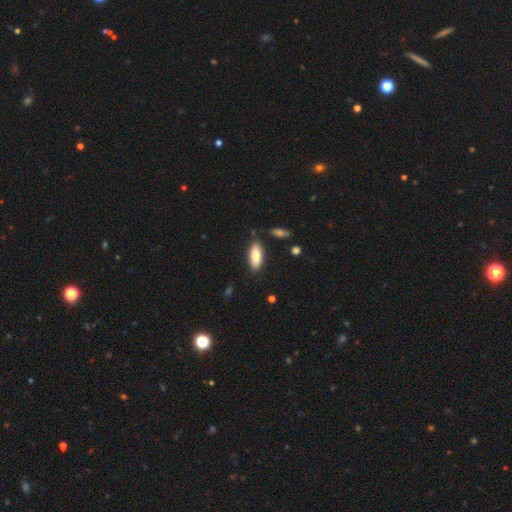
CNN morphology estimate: A smooth galaxy with no disk features (85%) that is in between round and cigar-shaped (77%).

Vote fractions:
- Smooth or featured? smooth: 85% / featured or disk: 9% / star or artifact: 6%
- How rounded? in between: 77% / cigar-shaped: 21% / round: 2%
- Merging? none: 83% / minor disturbance: 11% / merger: 3% / major disturbance: 2%